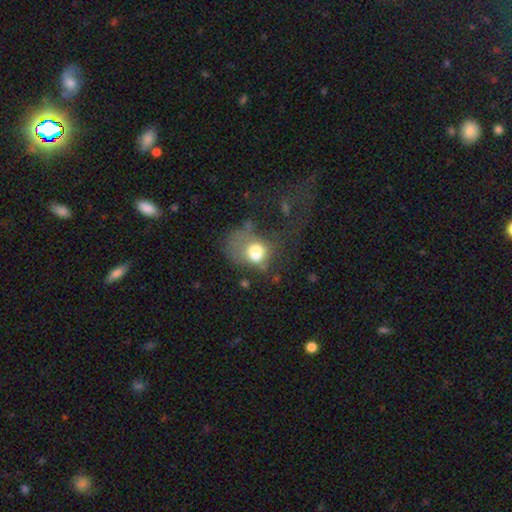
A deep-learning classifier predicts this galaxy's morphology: smooth_or_featured: smooth (p=0.64) [alt: featured or disk p=0.24]
how_rounded: round (p=0.50) [alt: in between p=0.49]
merging: major disturbance (p=0.51) [alt: none p=0.20]